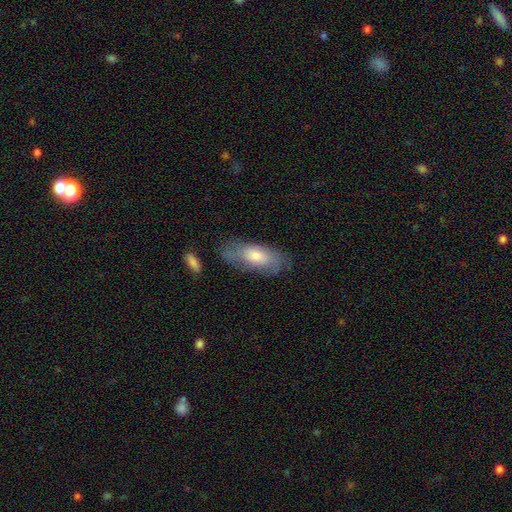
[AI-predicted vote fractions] A smooth galaxy with no disk features (62%) that is in between round and cigar-shaped (78%). Merging: none (68%).